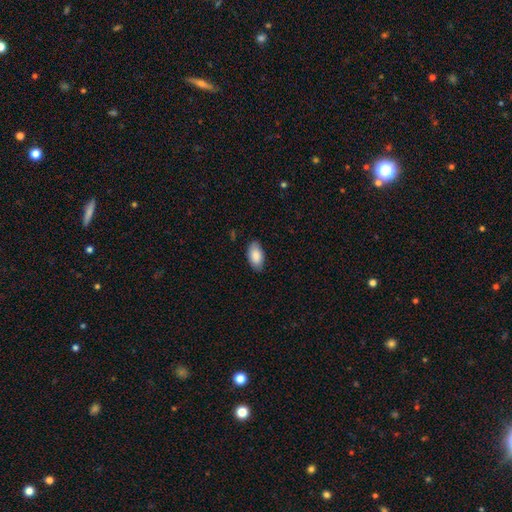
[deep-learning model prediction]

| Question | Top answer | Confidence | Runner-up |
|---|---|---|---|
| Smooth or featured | smooth | 87% | featured or disk (7%) |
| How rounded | in between | 95% | round (3%) |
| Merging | none | 84% | minor disturbance (12%) |